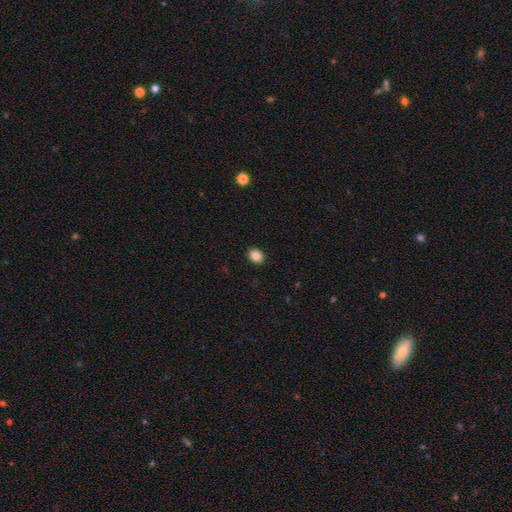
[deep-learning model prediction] A smooth galaxy with no disk features (87%) that is in between round and cigar-shaped (55%). Merging: none (90%).